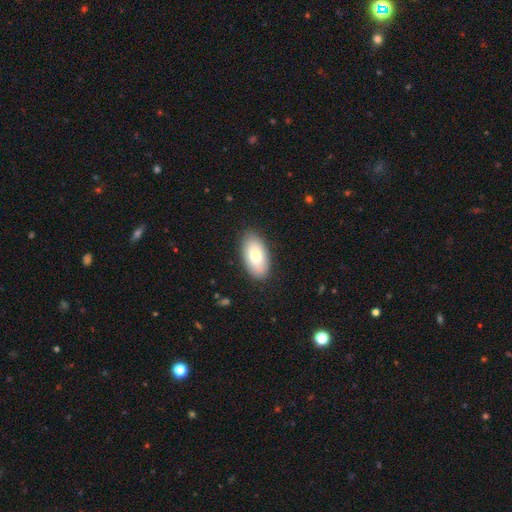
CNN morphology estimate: This appears to be a smooth galaxy with no disk features (74%) that is in between round and cigar-shaped (94%). Merging: none (87%).